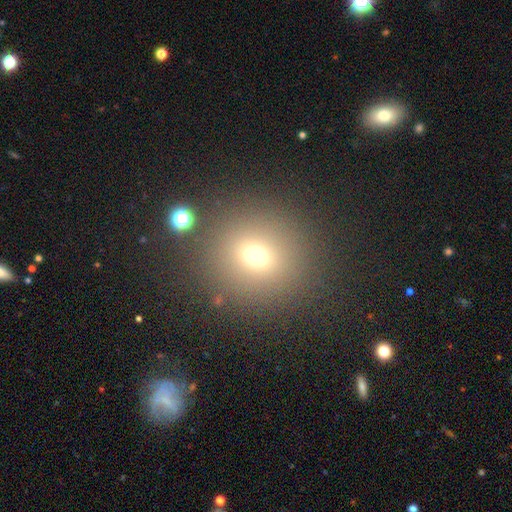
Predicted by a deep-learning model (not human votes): Smooth or featured? Predicted: smooth (p=0.69). How rounded? Predicted: round (p=0.87). Merging? Predicted: none (p=0.84).